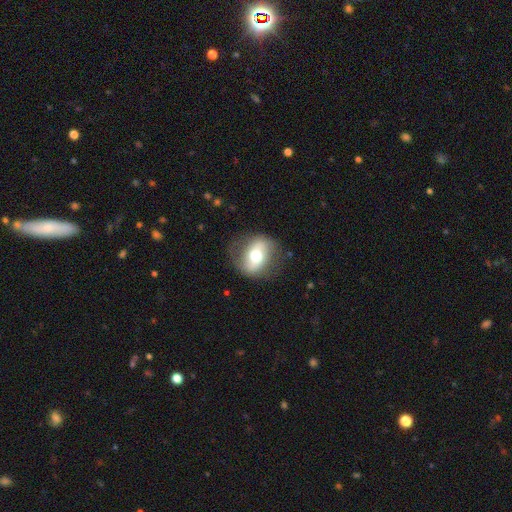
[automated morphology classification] Smooth or featured? featured or disk (51%)
Edge-on disk? no (88%)
Merging? none (75%)